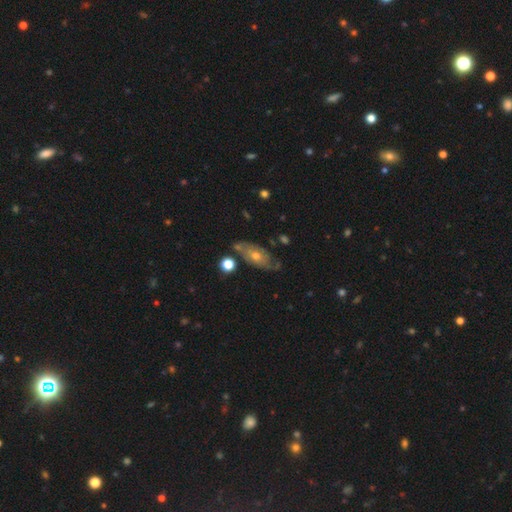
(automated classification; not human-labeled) Smooth or featured? Predicted: featured or disk (p=0.59). Edge-on disk? Predicted: no (p=0.86). Bar? Predicted: no (p=0.83). Spiral arms? Predicted: yes (p=0.67). Bulge size? Predicted: moderate (p=0.54). Merging? Predicted: none (p=0.64).